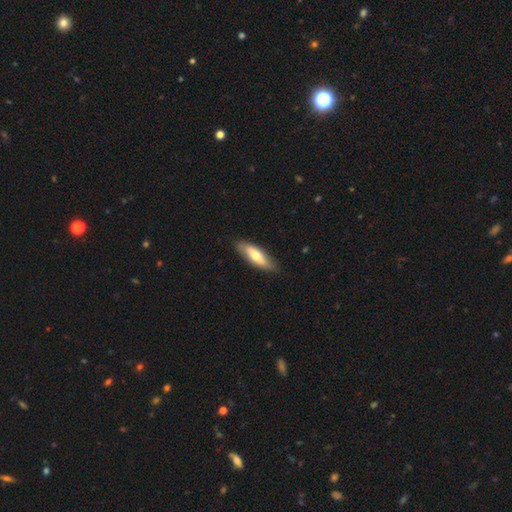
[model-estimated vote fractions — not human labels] Q: Smooth or featured?
A: smooth (65%); runner-up: featured or disk (30%)
Q: How rounded?
A: in between (53%); runner-up: cigar-shaped (45%)
Q: Merging?
A: none (84%); runner-up: minor disturbance (13%)